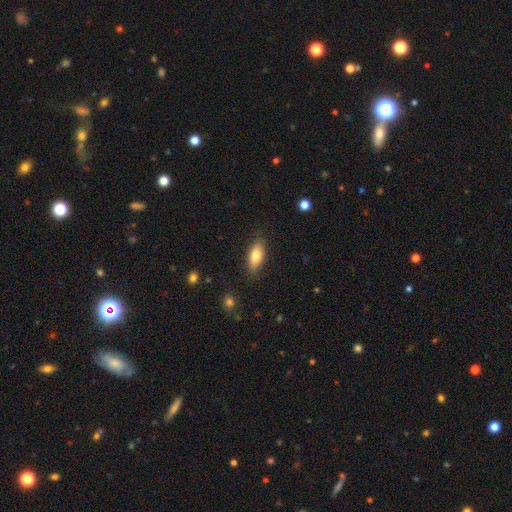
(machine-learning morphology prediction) A smooth galaxy with no disk features (78%) that is in between round and cigar-shaped (80%). Merging: none (84%).